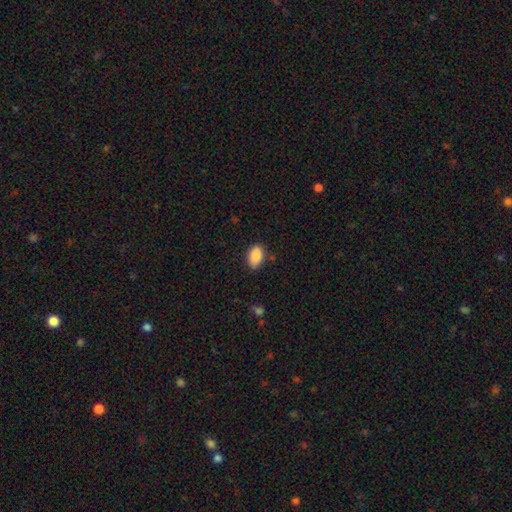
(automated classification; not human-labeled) smooth 89%, star or artifact 7%, featured or disk 4%. Down the decision tree: how rounded — in between (91%); merging — none (83%).